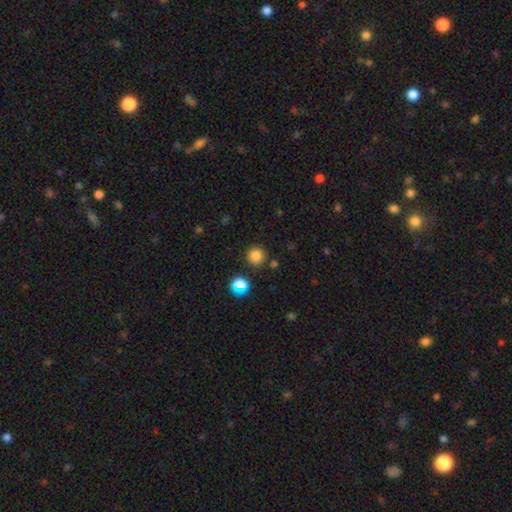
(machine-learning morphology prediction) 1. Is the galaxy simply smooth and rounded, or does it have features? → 81% smooth, 15% star or artifact, 5% featured or disk.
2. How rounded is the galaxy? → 94% round, 5% in between, 1% cigar-shaped.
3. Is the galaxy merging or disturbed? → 87% none, 7% minor disturbance, 4% merger, 2% major disturbance.